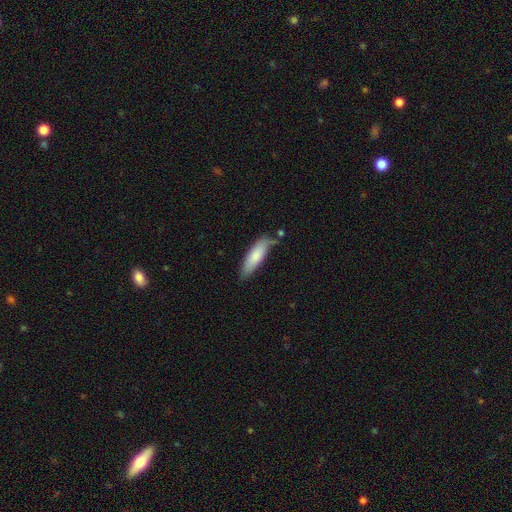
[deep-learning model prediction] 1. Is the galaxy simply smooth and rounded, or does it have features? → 80% smooth, 14% featured or disk, 5% star or artifact.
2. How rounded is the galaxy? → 53% cigar-shaped, 45% in between, 1% round.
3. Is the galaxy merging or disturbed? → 66% none, 23% minor disturbance, 6% merger, 5% major disturbance.